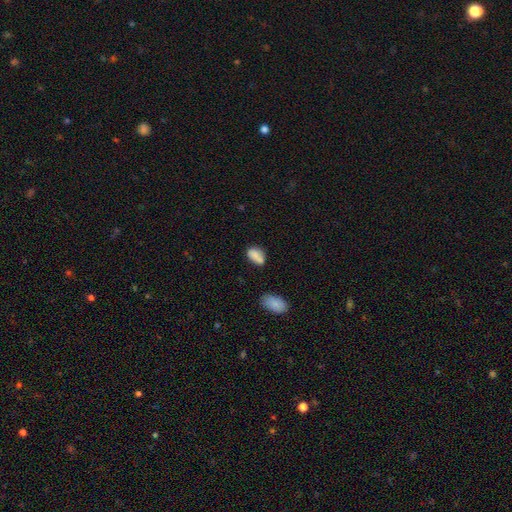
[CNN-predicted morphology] Q: Smooth or featured?
A: smooth (81%); runner-up: featured or disk (11%)
Q: How rounded?
A: in between (85%); runner-up: round (12%)
Q: Merging?
A: none (54%); runner-up: minor disturbance (22%)